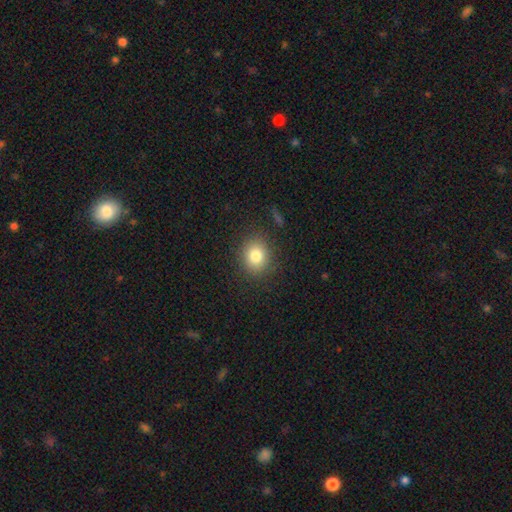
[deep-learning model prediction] A smooth galaxy with no disk features (81%) that is round (66%).

Vote fractions:
- Smooth or featured? smooth: 81% / star or artifact: 11% / featured or disk: 8%
- How rounded? round: 66% / in between: 33% / cigar-shaped: 1%
- Merging? none: 86% / minor disturbance: 9% / major disturbance: 3% / merger: 1%